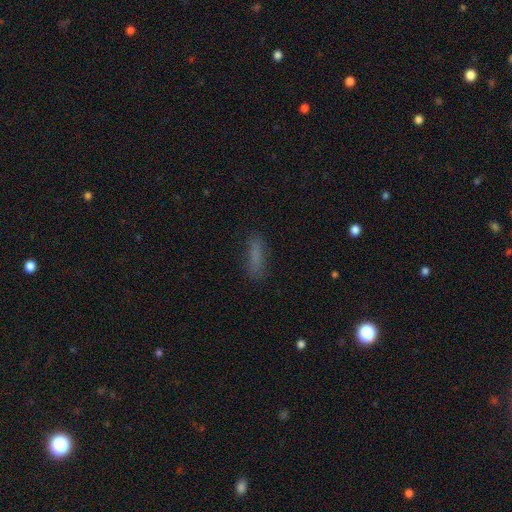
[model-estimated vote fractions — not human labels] Overall: smooth (77%). How rounded: cigar-shaped (65%; in between 33%). Merging: none (80%).